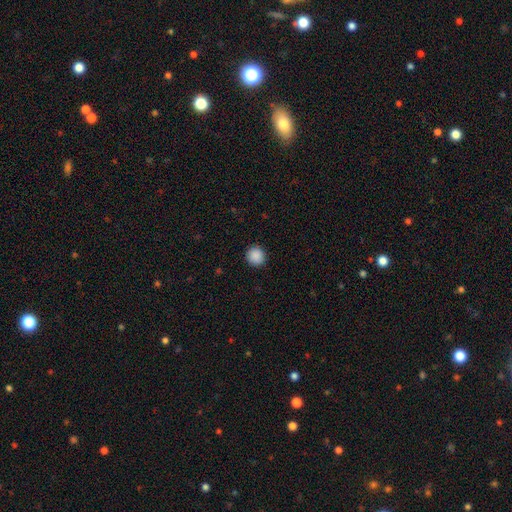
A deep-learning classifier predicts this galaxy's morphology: Q: Smooth or featured?
A: smooth (89%); runner-up: star or artifact (8%)
Q: How rounded?
A: round (93%); runner-up: in between (6%)
Q: Merging?
A: none (92%); runner-up: minor disturbance (6%)